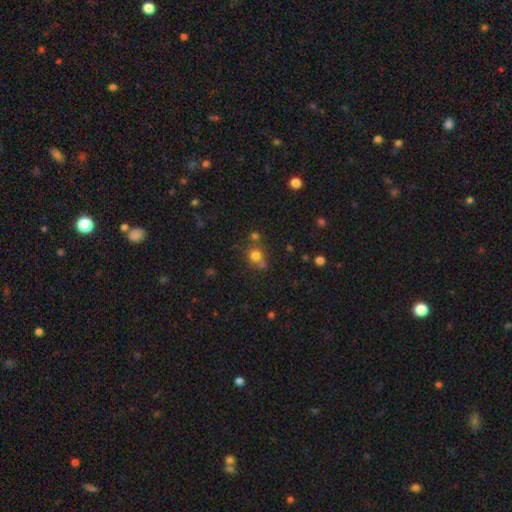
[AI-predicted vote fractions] smooth_or_featured: smooth (p=0.74) [alt: star or artifact p=0.17]
how_rounded: round (p=0.86) [alt: in between p=0.13]
merging: none (p=0.60) [alt: merger p=0.23]